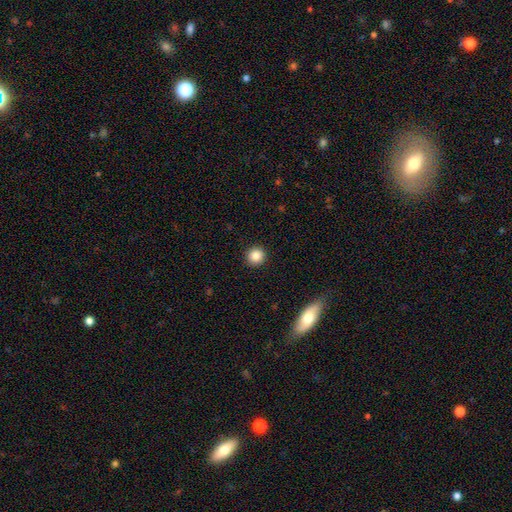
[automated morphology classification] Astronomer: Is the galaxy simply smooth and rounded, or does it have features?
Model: smooth — 86%.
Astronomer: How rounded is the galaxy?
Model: round — 94%.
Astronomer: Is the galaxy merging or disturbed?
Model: none — 92%.